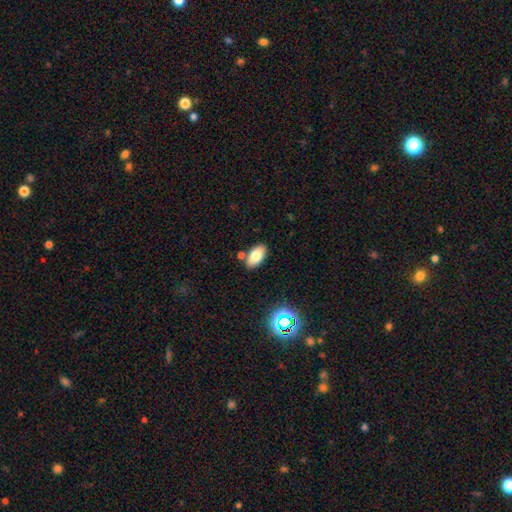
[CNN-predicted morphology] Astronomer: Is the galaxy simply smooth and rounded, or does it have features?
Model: smooth — 78%.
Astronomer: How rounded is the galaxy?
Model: in between — 93%.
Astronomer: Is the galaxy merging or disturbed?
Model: none — 80%.